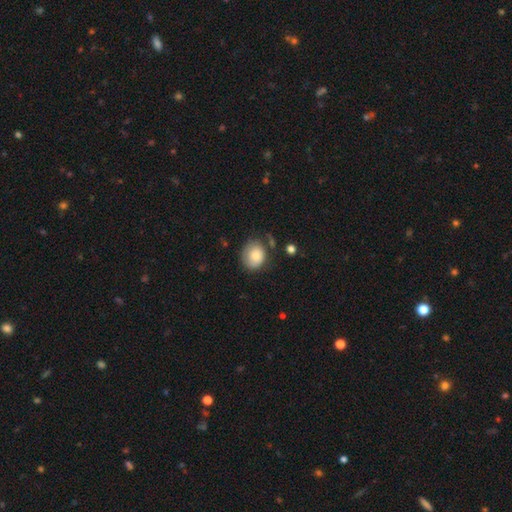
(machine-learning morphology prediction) This is likely a smooth galaxy (75%). How rounded: likely round (63%). Merging: likely none (61%).